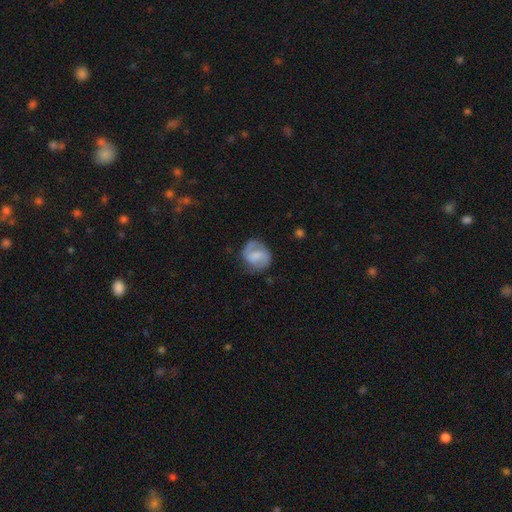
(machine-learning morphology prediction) A featured or disk galaxy (57%) with a weak bar (49%), spiral arms (86%) and no central bulge (35%). Merging: none (67%).